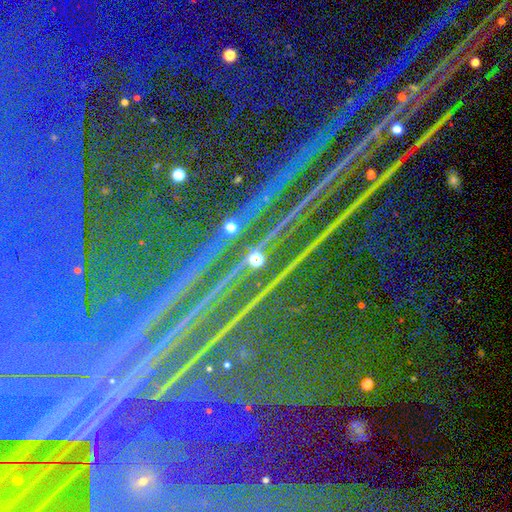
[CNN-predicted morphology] The model was most divided on "smooth or featured": star or artifact: 78%, featured or disk: 15%, smooth: 7%.